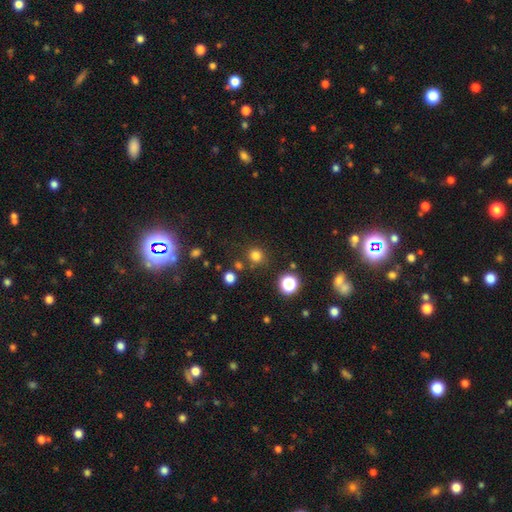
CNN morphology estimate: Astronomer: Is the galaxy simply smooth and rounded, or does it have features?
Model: smooth — 77%.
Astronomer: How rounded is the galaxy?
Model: round — 91%.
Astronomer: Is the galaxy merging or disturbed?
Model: none — 82%.